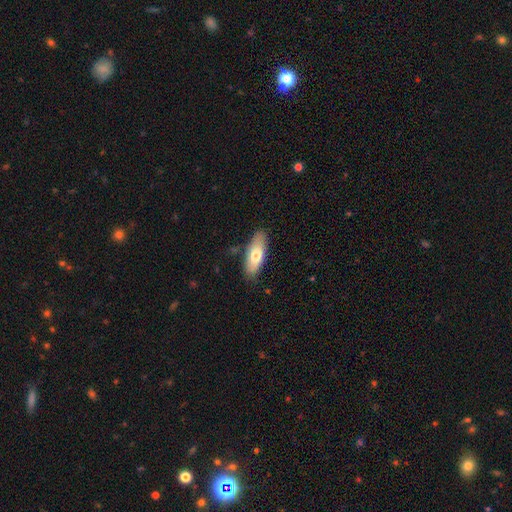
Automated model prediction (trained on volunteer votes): smooth 70%, featured or disk 24%, star or artifact 6%. Down the decision tree: how rounded — in between (70%); merging — none (83%).